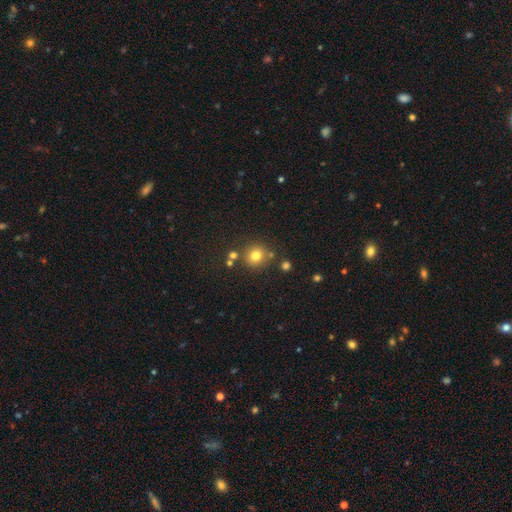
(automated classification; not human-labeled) Overall: smooth (77%). How rounded: round (91%). Merging: none (79%).